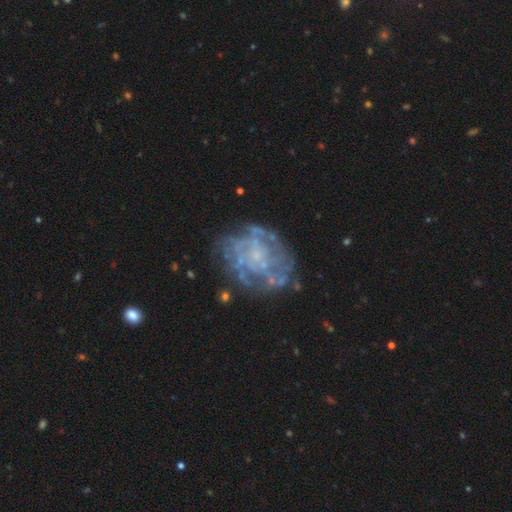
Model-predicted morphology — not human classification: Smooth or featured? Predicted: featured or disk (p=0.76). Edge-on disk? Predicted: no (p=0.98). Bar? Predicted: no (p=0.80). Spiral arms? Predicted: yes (p=0.66). Bulge size? Predicted: small (p=0.56). Merging? Predicted: none (p=0.68).